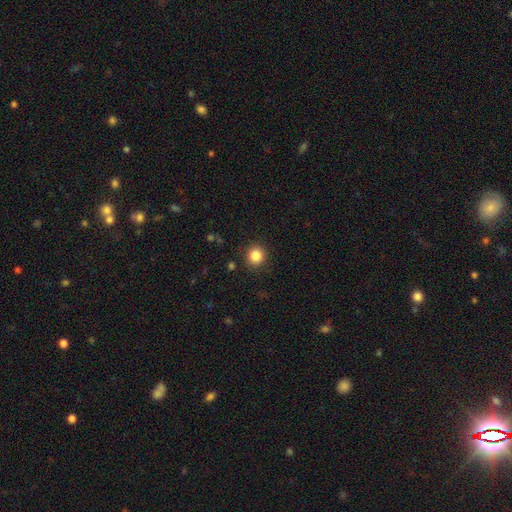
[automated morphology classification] smooth_or_featured: smooth (p=0.85) [alt: star or artifact p=0.10]
how_rounded: round (p=0.88) [alt: in between p=0.11]
merging: none (p=0.90) [alt: minor disturbance p=0.06]